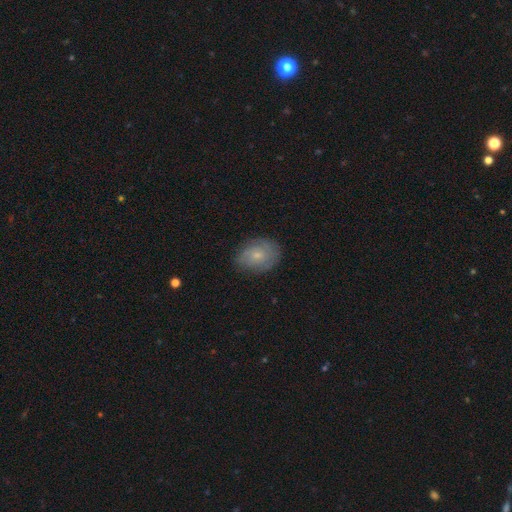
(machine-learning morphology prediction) A smooth galaxy with no disk features (52%) that is in between round and cigar-shaped (67%). Merging: none (76%).